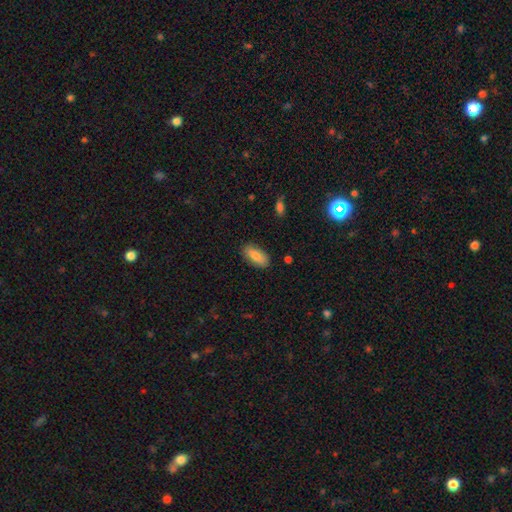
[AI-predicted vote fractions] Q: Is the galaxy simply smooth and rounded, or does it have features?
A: smooth — 82%.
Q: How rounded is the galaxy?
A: in between — 86%.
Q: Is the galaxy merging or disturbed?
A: none — 87%.